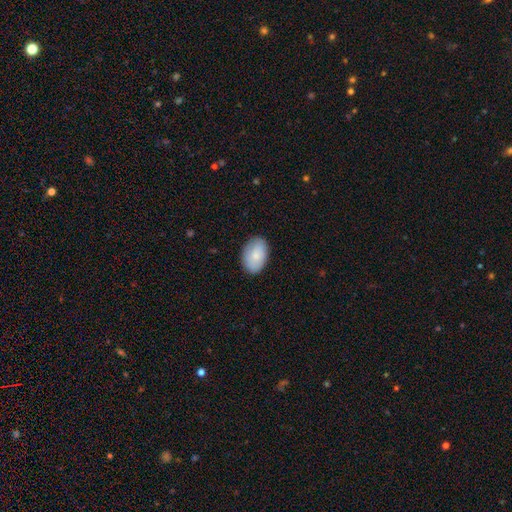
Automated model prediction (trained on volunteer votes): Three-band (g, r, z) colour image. It shows a smooth galaxy with no disk features (83%) that is in between round and cigar-shaped (88%). Merging: none (84%).